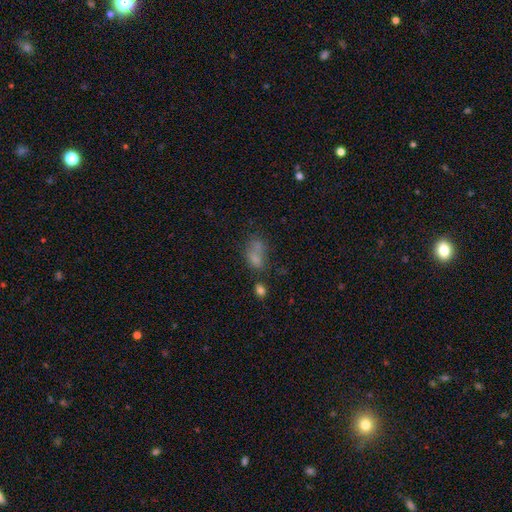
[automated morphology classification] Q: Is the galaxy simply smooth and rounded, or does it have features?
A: smooth — 65%.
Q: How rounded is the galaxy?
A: in between — 76%.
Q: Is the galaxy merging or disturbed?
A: merger — 43%.